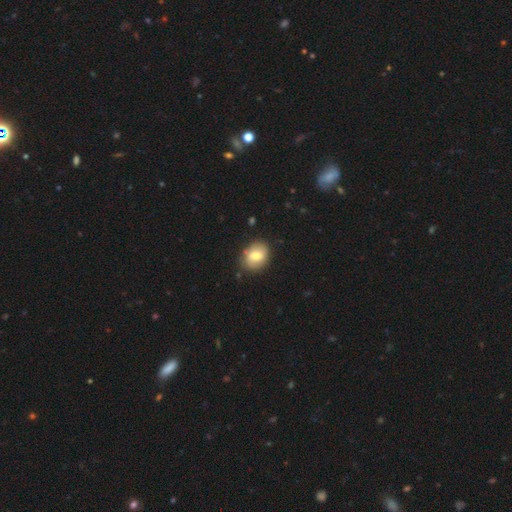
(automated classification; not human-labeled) This appears to be a smooth galaxy with no disk features (72%) that is in between round and cigar-shaped (61%). Merging: none (80%).